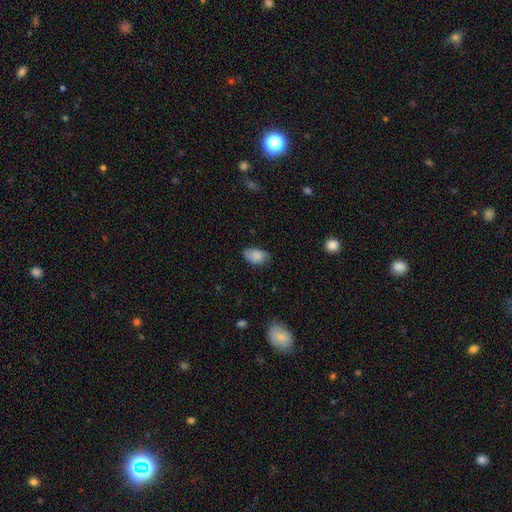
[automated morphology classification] type=smooth (84%); roundness=in between (91%); merging=none (68%).